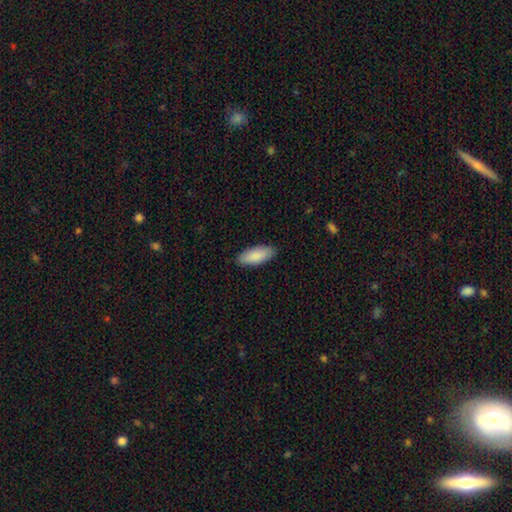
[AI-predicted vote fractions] smooth_or_featured: smooth (p=0.89) [alt: featured or disk p=0.06]
how_rounded: in between (p=0.82) [alt: cigar-shaped p=0.17]
merging: none (p=0.87) [alt: minor disturbance p=0.10]